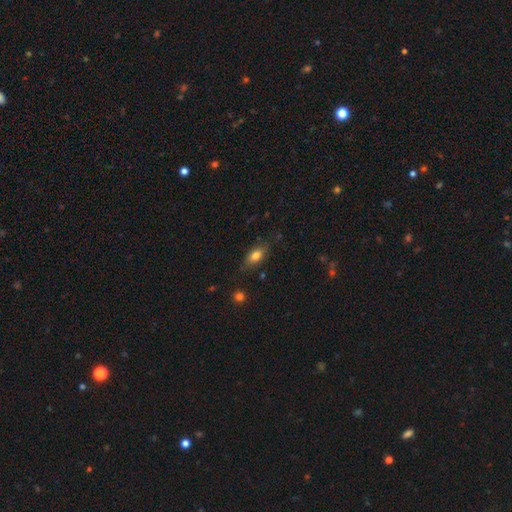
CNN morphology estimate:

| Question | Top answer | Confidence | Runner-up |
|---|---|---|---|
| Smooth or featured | smooth | 78% | featured or disk (14%) |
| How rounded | in between | 83% | cigar-shaped (10%) |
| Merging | none | 78% | minor disturbance (17%) |